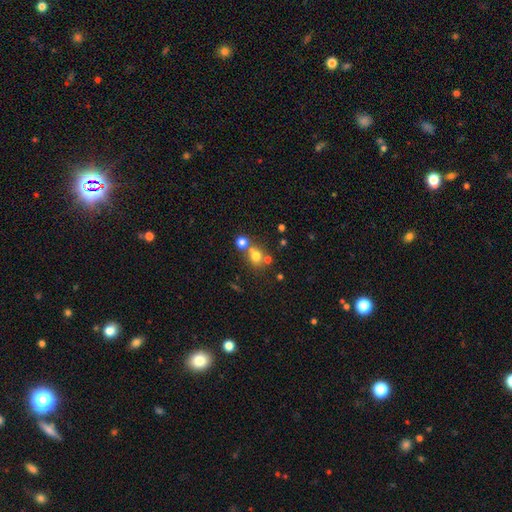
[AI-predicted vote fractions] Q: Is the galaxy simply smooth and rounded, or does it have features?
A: smooth — 69%.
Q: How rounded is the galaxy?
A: round — 70%.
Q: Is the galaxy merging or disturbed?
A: none — 46%.